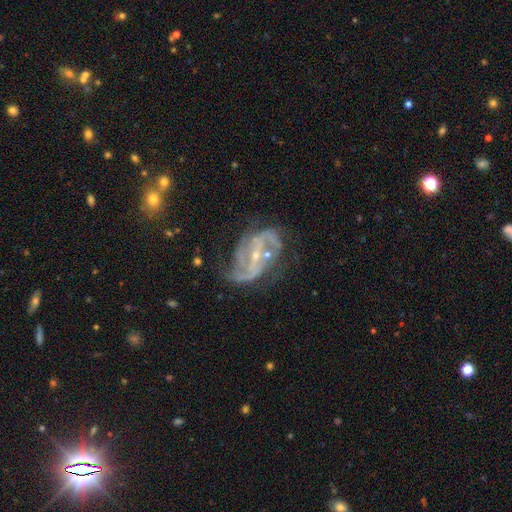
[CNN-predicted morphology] smooth-or-featured: featured or disk: 88% | star or artifact: 8% | smooth: 5%
  disk-edge-on: no: 97% | yes: 3%
    bar: strong: 40% | weak: 35% | no: 25%
    has-spiral-arms: yes: 95% | no: 5%
      spiral-winding: medium: 46% | loose: 31% | tight: 23%
      spiral-arm-count: 2: 49% | 3: 20% | can't tell: 14% | 4: 7% | 1: 5% | more than 4: 5%
    bulge-size: small: 71% | moderate: 25% | none: 2% | large: 1% | dominant: 1%
  merging: none: 54% | minor disturbance: 23% | major disturbance: 18% | merger: 4%